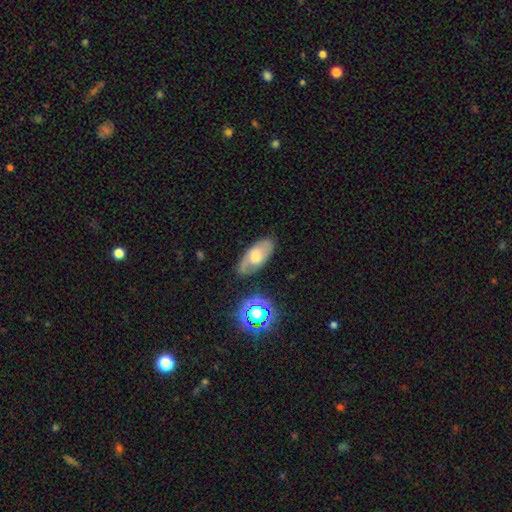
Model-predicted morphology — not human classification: This is possibly a featured or disk galaxy (48%). Merging: likely none (77%).